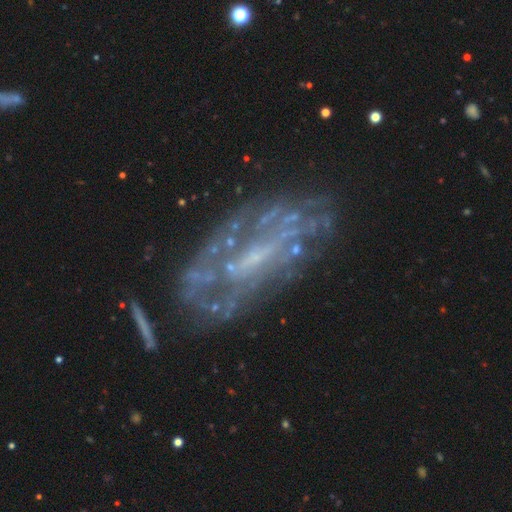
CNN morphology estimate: Overall: featured or disk (78%). Edge-on disk: no (91%). Bar: no (46%; weak 37%). Spiral arms: yes (58%; no 42%). Bulge size: small (52%; none 31%). Merging: none (63%).